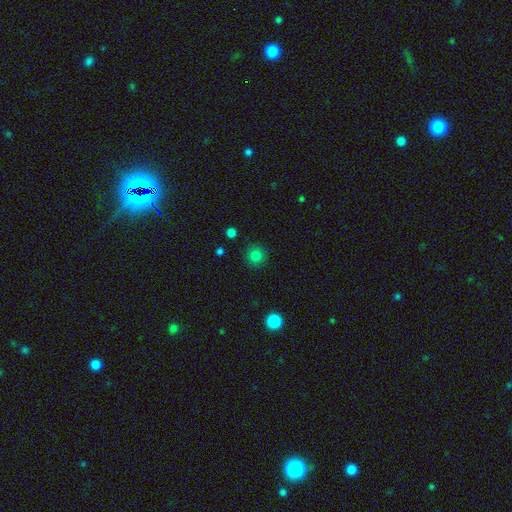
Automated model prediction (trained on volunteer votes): smooth 82%, star or artifact 13%, featured or disk 5%. Down the decision tree: how rounded — round (94%); merging — none (89%).